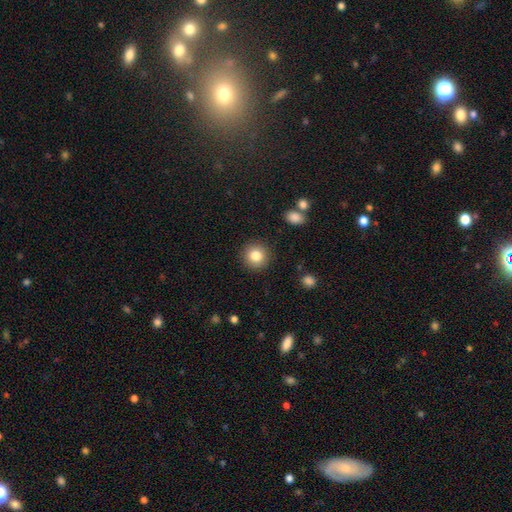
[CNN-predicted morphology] smooth 83%, star or artifact 10%, featured or disk 8%. Down the decision tree: how rounded — round (93%); merging — none (91%).